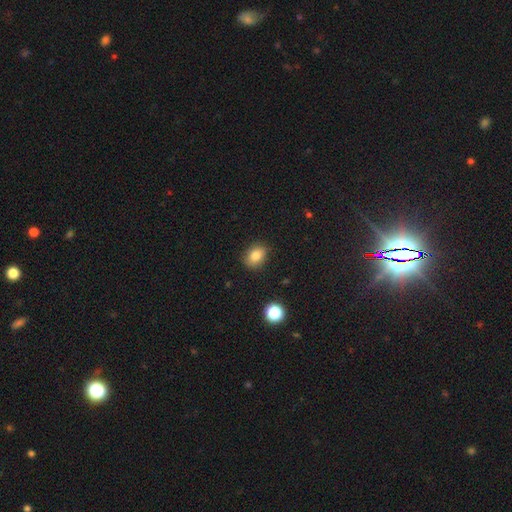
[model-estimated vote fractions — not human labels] The model was most divided on "how rounded": in between: 58%, round: 41%, cigar-shaped: 1%. More confident: merging — none (84%); smooth or featured — smooth (82%).